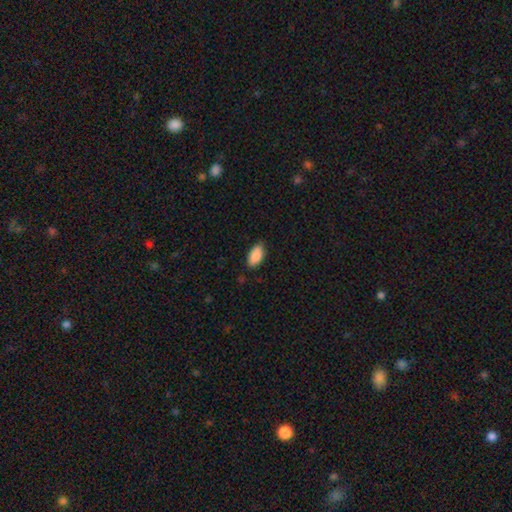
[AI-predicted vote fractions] A smooth galaxy with no disk features (89%) that is in between round and cigar-shaped (93%). Merging: none (81%).